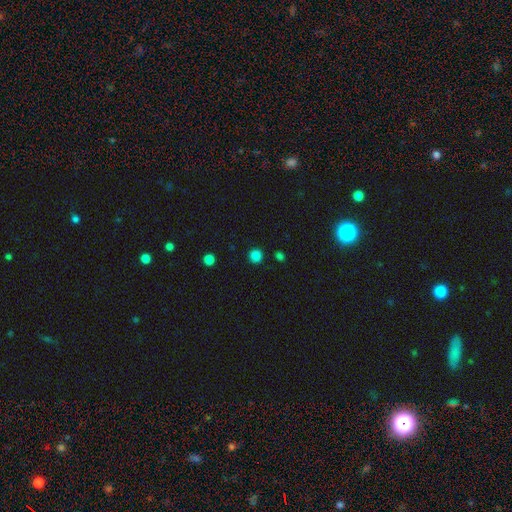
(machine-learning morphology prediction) smooth 84%, star or artifact 14%, featured or disk 3%. Down the decision tree: how rounded — round (94%); merging — none (89%).